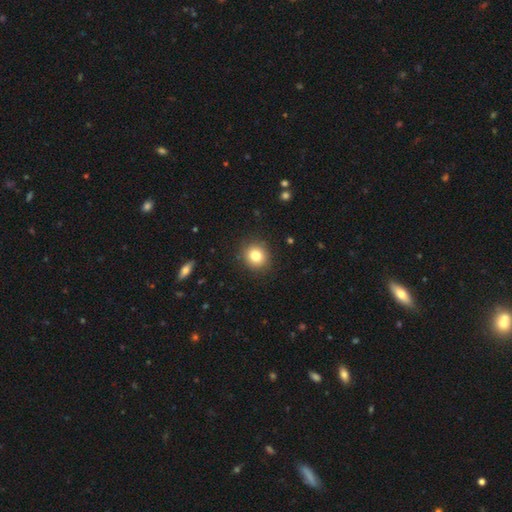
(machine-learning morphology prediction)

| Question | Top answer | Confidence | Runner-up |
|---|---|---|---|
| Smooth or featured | smooth | 80% | star or artifact (11%) |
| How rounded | round | 85% | in between (14%) |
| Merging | none | 90% | minor disturbance (7%) |